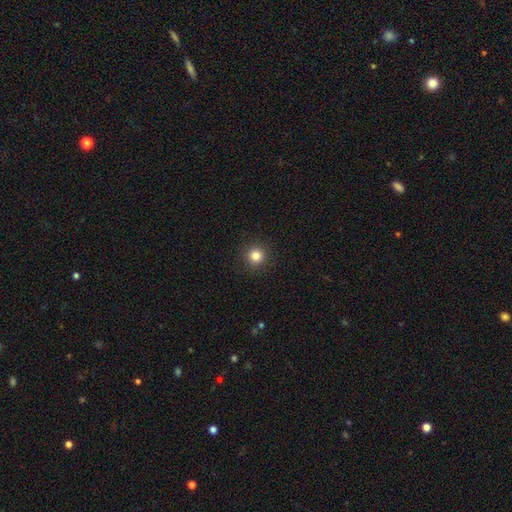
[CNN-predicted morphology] The model was most divided on "smooth or featured": smooth: 83%, star or artifact: 12%, featured or disk: 5%. More confident: how rounded — round (95%); merging — none (91%).